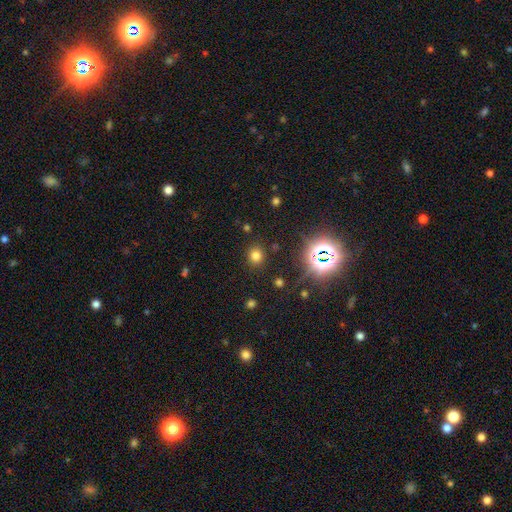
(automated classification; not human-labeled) A smooth galaxy with no disk features (71%) that is round (80%). Merging: none (87%).